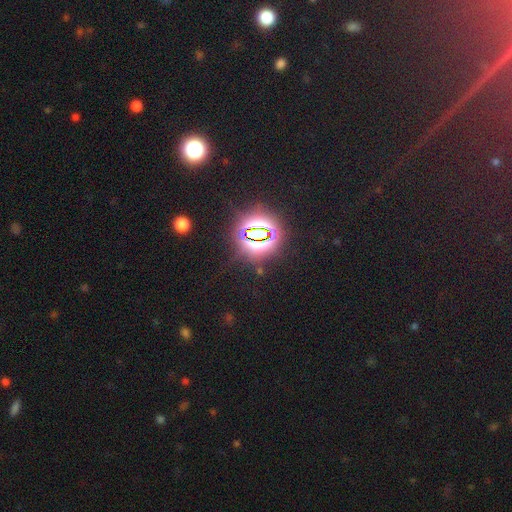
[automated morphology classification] smooth_or_featured: star or artifact (p=0.74) [alt: smooth p=0.19]